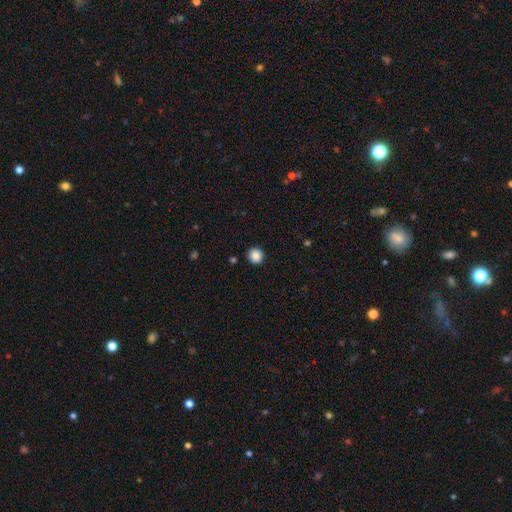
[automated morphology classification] Overall: smooth (86%). How rounded: round (93%). Merging: none (92%).